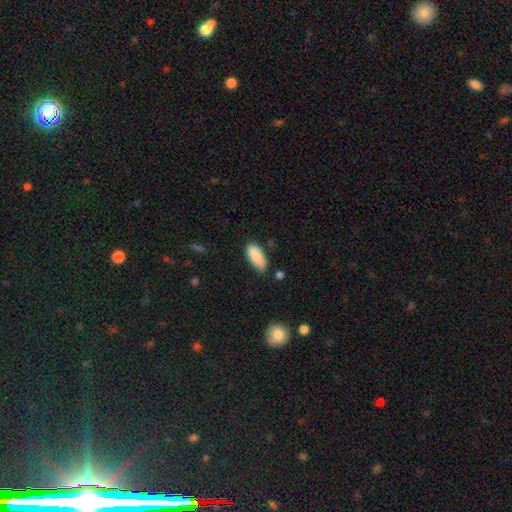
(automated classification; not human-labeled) Smooth or featured: smooth — 89% (star or artifact — 6%)
How rounded: in between — 84% (cigar-shaped — 15%)
Merging: none — 72% (minor disturbance — 22%)